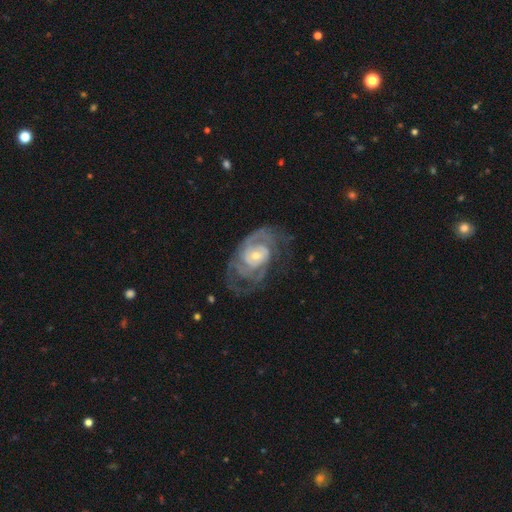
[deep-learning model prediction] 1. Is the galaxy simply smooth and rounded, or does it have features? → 87% featured or disk, 8% smooth, 5% star or artifact.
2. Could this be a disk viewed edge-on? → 97% no, 3% yes.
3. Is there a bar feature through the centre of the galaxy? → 64% no, 30% weak, 6% strong.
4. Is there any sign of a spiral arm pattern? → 94% yes, 6% no.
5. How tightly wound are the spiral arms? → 52% tight, 37% medium, 11% loose.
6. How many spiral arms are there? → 37% 2, 29% can't tell, 17% 3, 7% 4, 6% 1, 5% more than 4.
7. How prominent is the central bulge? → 57% small, 37% moderate, 3% large, 2% none, 1% dominant.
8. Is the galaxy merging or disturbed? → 58% none, 21% major disturbance, 19% minor disturbance, 2% merger.